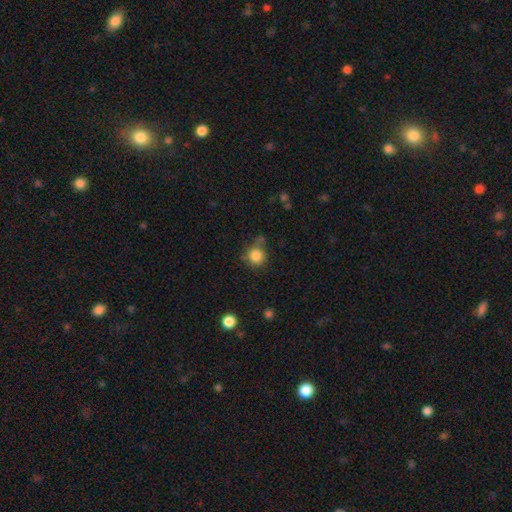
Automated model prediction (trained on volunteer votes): Overall: smooth (84%). How rounded: round (91%). Merging: none (65%).